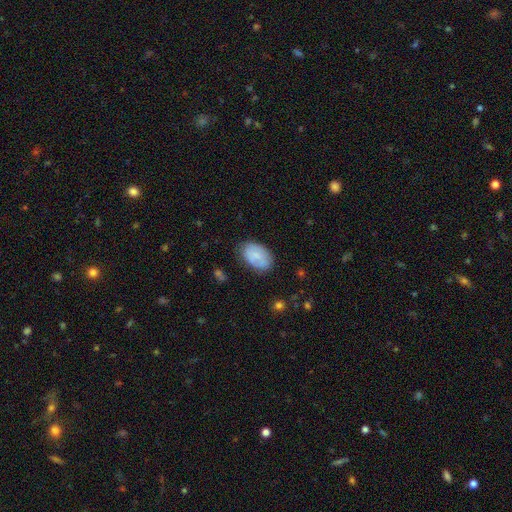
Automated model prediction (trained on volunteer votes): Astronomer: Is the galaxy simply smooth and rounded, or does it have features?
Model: smooth — 74%.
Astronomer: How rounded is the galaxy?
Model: in between — 91%.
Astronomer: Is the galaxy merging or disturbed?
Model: none — 75%.